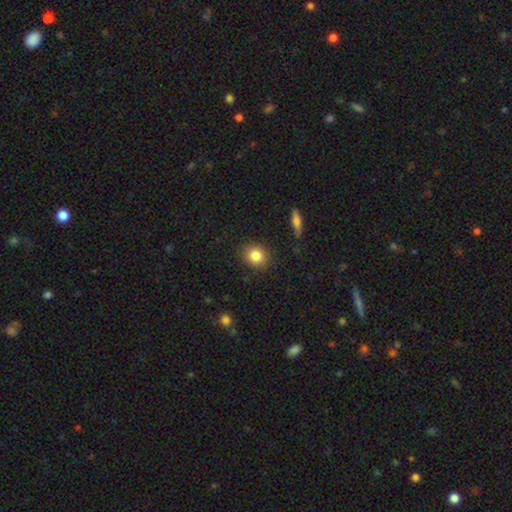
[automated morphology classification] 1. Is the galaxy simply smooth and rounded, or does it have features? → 84% smooth, 9% star or artifact, 6% featured or disk.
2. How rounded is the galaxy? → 81% round, 18% in between, 1% cigar-shaped.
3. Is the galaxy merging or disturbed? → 88% none, 8% minor disturbance, 2% major disturbance, 2% merger.